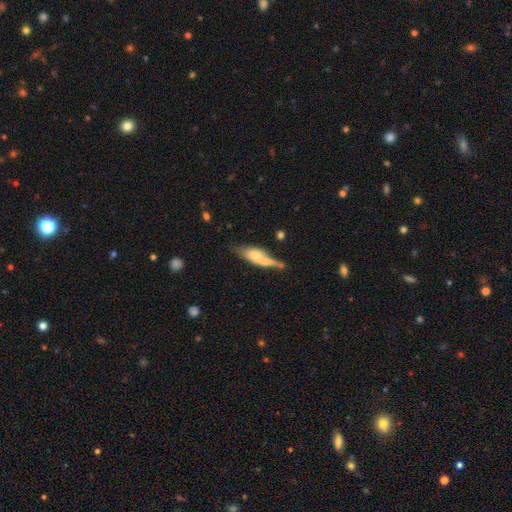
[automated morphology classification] Overall: smooth (54%; featured or disk 39%). How rounded: in between (57%; cigar-shaped 39%). Merging: merger (34%; none 33%).